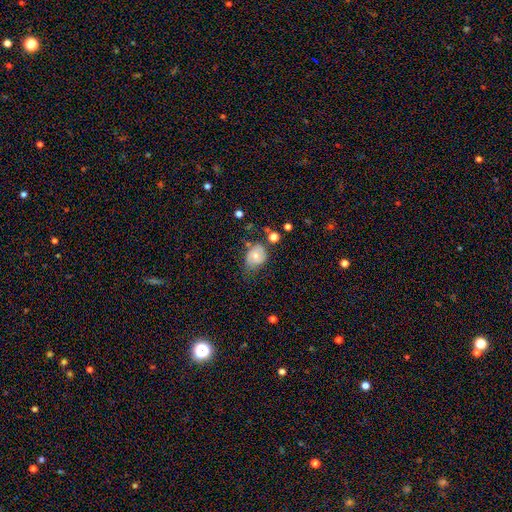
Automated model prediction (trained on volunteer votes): smooth 51%, featured or disk 40%, star or artifact 9%. Down the decision tree: how rounded — round (50%); merging — none (48%).